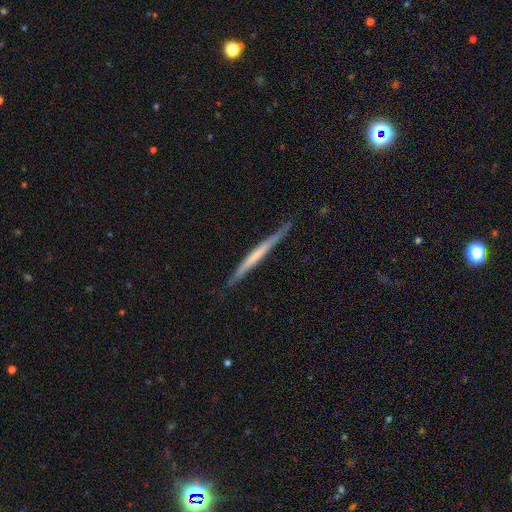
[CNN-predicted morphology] Smooth or featured? featured or disk (54%)
Edge-on disk? yes (97%)
Edge-on bulge? none (82%)
Merging? none (85%)